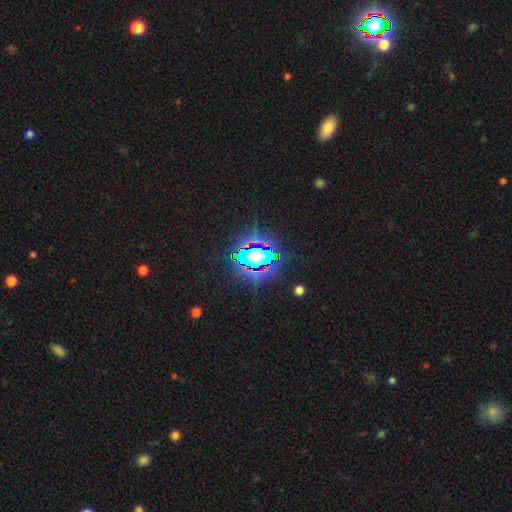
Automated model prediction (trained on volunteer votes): A star or artifact, not a galaxy (62%).